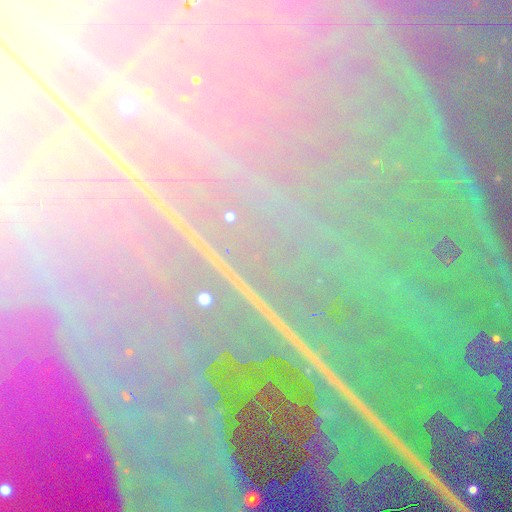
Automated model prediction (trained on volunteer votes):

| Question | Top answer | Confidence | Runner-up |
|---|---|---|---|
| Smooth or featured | star or artifact | 86% | featured or disk (8%) |